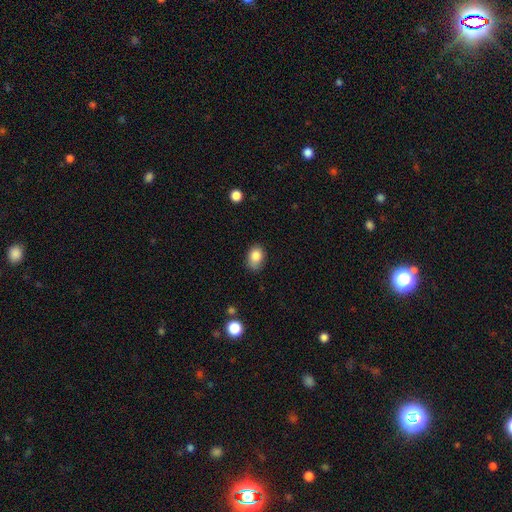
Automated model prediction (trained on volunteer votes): The model was most divided on "merging": none: 71%, minor disturbance: 23%, major disturbance: 4%, merger: 2%. More confident: smooth or featured — smooth (84%); how rounded — in between (74%).